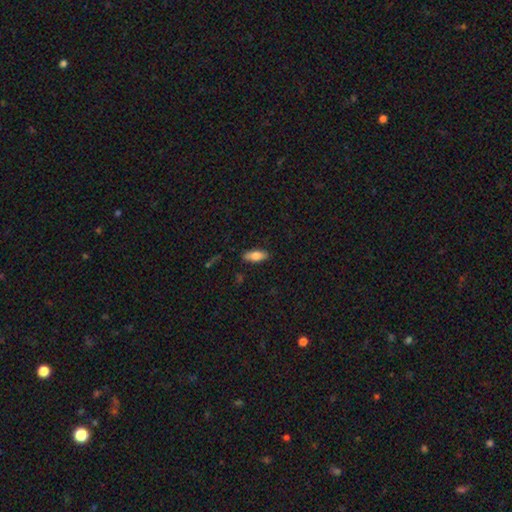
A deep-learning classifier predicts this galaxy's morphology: Overall: smooth (76%). How rounded: in between (79%). Merging: none (85%).